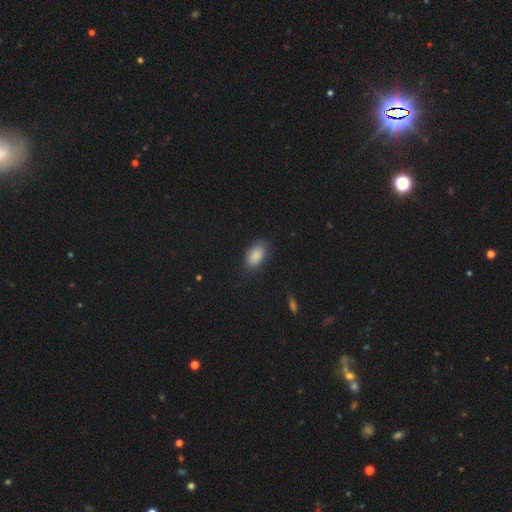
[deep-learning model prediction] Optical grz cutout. It shows a smooth galaxy with no disk features (87%) that is in between round and cigar-shaped (92%). Merging: none (81%).